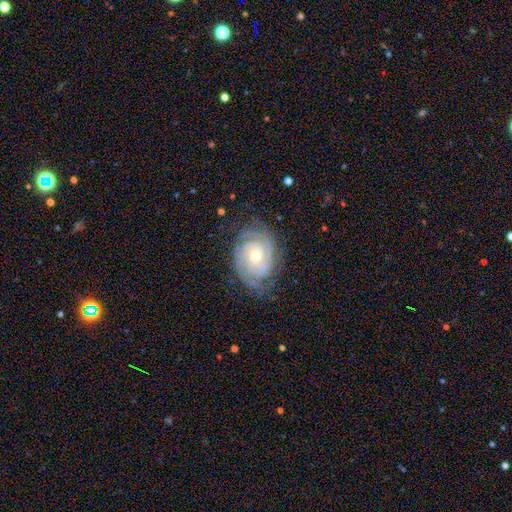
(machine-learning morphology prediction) A featured or disk galaxy (90%) with no bar (67%), 3 (28%) tight (75%) spiral arms (98%) and a moderate central bulge (53%). Merging: none (76%).